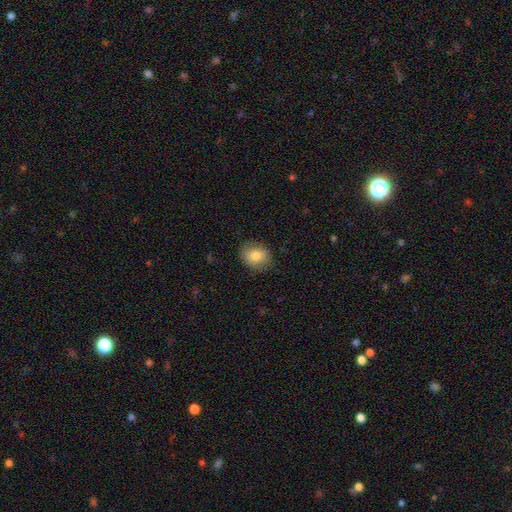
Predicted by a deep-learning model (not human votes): This appears to be a smooth galaxy with no disk features (80%) that is round (60%). Merging: none (82%).